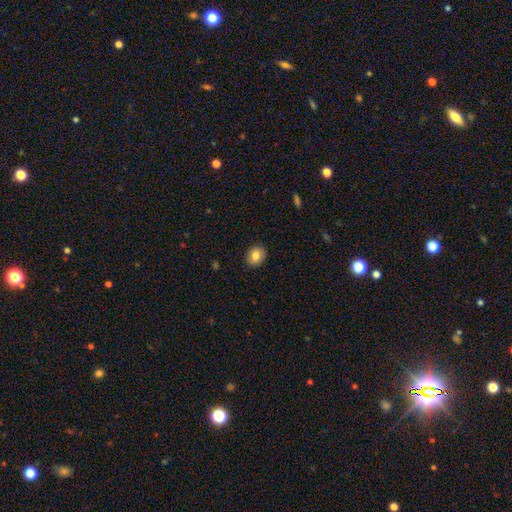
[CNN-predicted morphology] Overall: smooth (82%). How rounded: round (60%; in between 39%). Merging: none (89%).